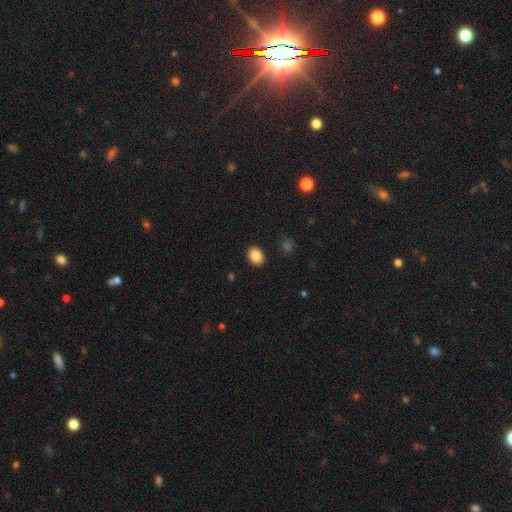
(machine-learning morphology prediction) Smooth or featured?
  - smooth: 85% *
  - star or artifact: 9%
  - featured or disk: 6%
How rounded?
  - in between: 60% *
  - round: 39%
  - cigar-shaped: 1%
Merging?
  - none: 90% *
  - minor disturbance: 7%
  - major disturbance: 2%
  - merger: 1%